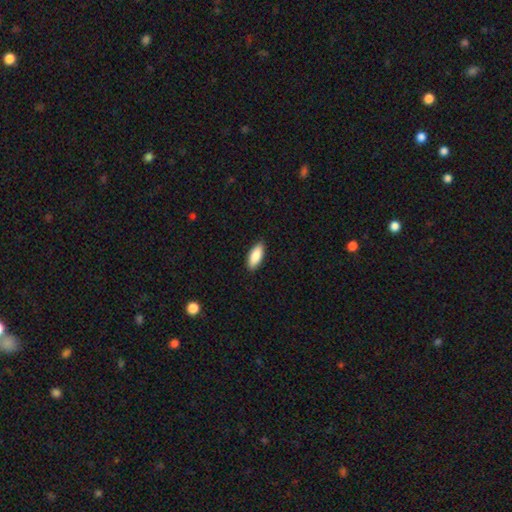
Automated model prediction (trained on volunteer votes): A smooth galaxy with no disk features (88%) that is in between round and cigar-shaped (83%). Merging: none (89%).